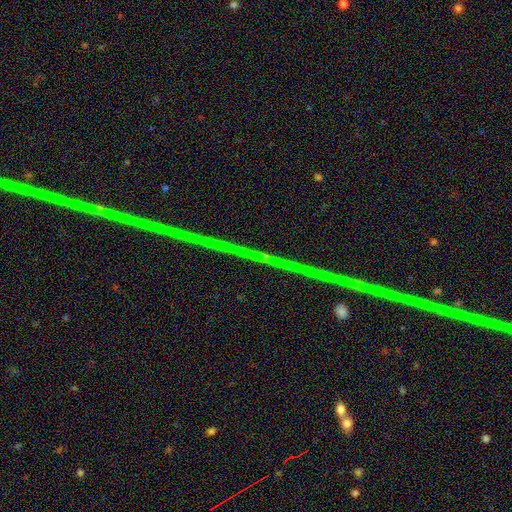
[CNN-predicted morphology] This is likely a star or artifact rather than a galaxy (66%).